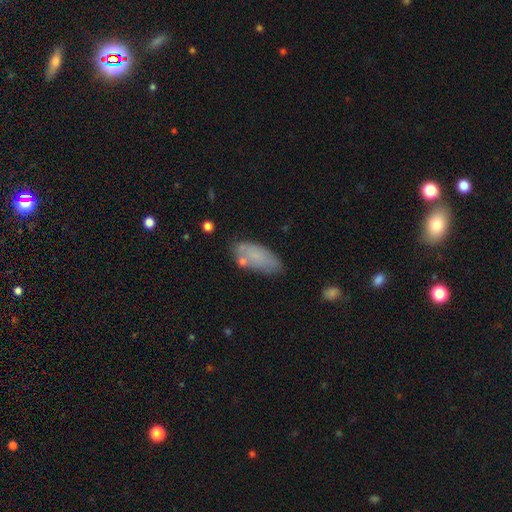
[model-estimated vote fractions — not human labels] smooth_or_featured: smooth (p=0.72) [alt: featured or disk p=0.20]
how_rounded: in between (p=0.88) [alt: cigar-shaped p=0.10]
merging: none (p=0.65) [alt: minor disturbance p=0.22]